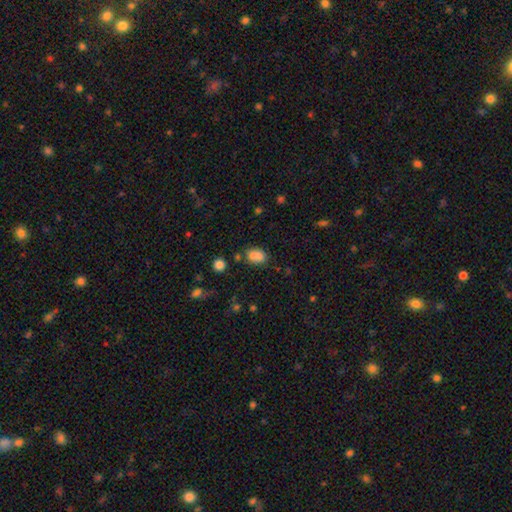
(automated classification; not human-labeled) Smooth or featured?
  - smooth: 77% *
  - star or artifact: 12%
  - featured or disk: 11%
How rounded?
  - in between: 73% *
  - round: 26%
  - cigar-shaped: 2%
Merging?
  - none: 51% *
  - merger: 29%
  - minor disturbance: 15%
  - major disturbance: 5%